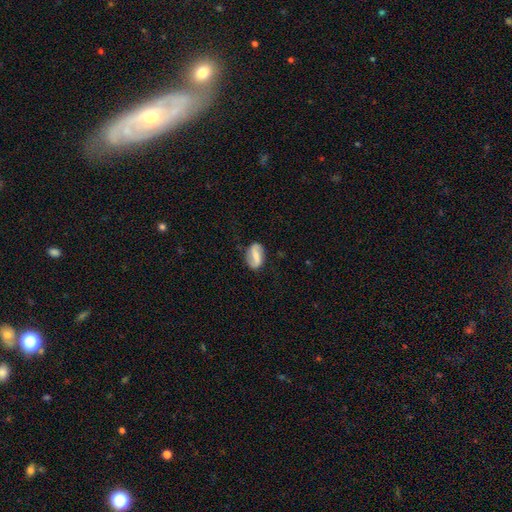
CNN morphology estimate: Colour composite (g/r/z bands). It shows a featured or disk galaxy (63%) with a strong bar (52%), 2 (89%) loose (52%) spiral arms (86%) and no central bulge (37%). Merging: none (81%).